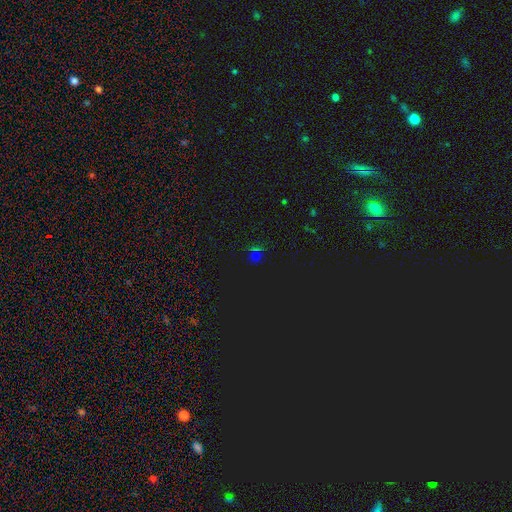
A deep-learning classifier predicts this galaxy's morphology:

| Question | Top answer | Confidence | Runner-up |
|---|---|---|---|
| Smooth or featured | star or artifact | 62% | smooth (31%) |